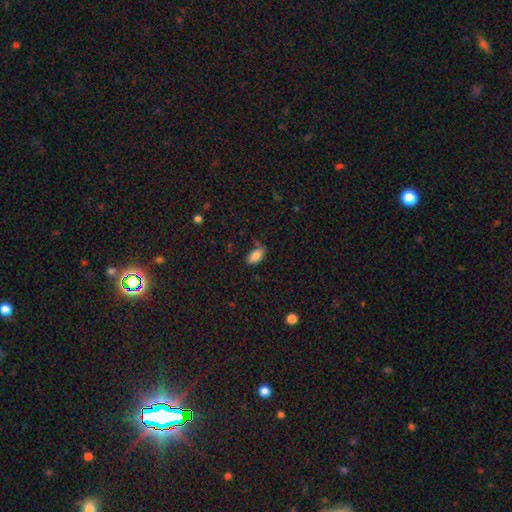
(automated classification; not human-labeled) Smooth or featured? Predicted: smooth (p=0.84). How rounded? Predicted: in between (p=0.92). Merging? Predicted: none (p=0.72).